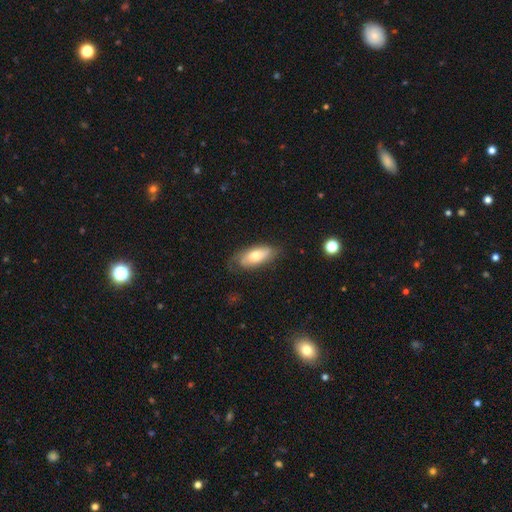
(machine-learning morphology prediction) A smooth galaxy with no disk features (65%) that is in between round and cigar-shaped (81%).

Vote fractions:
- Smooth or featured? smooth: 65% / featured or disk: 28% / star or artifact: 7%
- How rounded? in between: 81% / cigar-shaped: 16% / round: 3%
- Merging? none: 65% / minor disturbance: 25% / major disturbance: 8% / merger: 2%